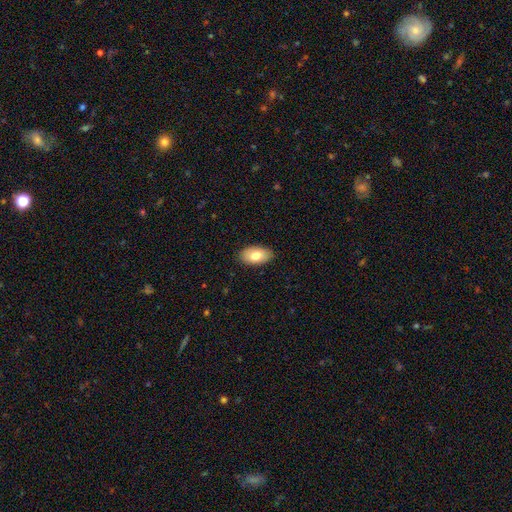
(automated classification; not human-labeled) This is likely a smooth galaxy (78%). How rounded: clearly in between (94%). Merging: clearly none (88%).